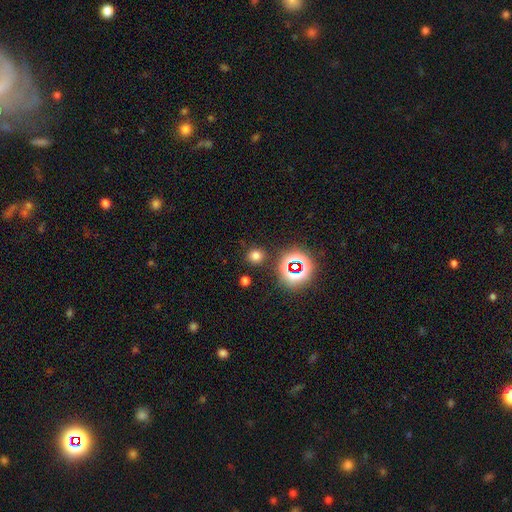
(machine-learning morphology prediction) smooth 69%, star or artifact 25%, featured or disk 6%. Down the decision tree: how rounded — round (86%); merging — none (86%).